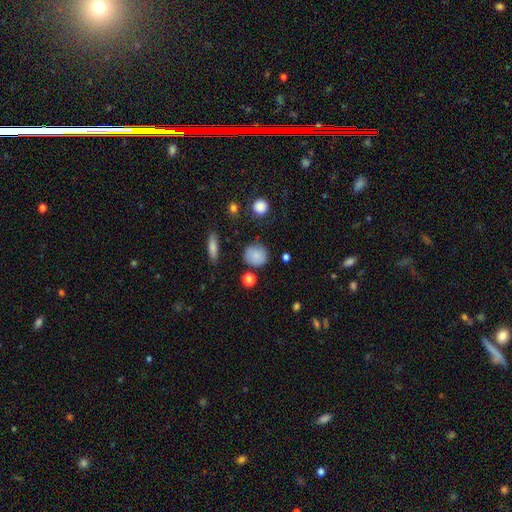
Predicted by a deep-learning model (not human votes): The model was most divided on "how rounded": round: 79%, in between: 20%, cigar-shaped: 1%. More confident: smooth or featured — smooth (84%); merging — none (76%).